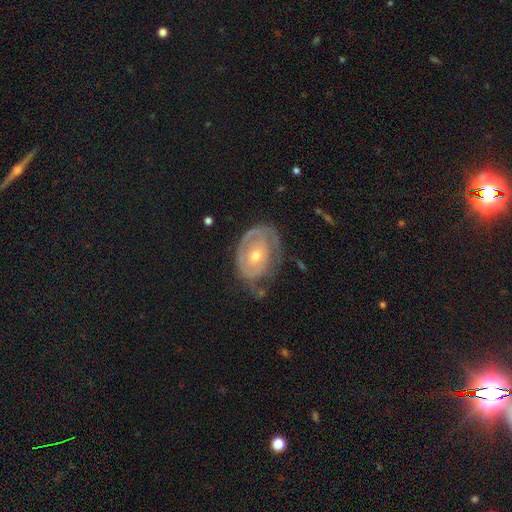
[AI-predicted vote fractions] Q: Smooth or featured?
A: featured or disk (71%); runner-up: smooth (23%)
Q: Edge-on disk?
A: no (95%); runner-up: yes (5%)
Q: Bar?
A: no (74%); runner-up: weak (20%)
Q: Spiral arms?
A: yes (61%); runner-up: no (39%)
Q: Bulge size?
A: moderate (55%); runner-up: small (41%)
Q: Merging?
A: none (49%); runner-up: minor disturbance (30%)